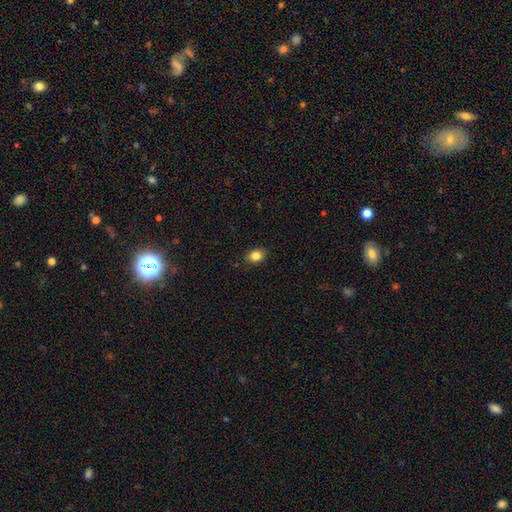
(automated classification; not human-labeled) Morphology: type=smooth (85%); roundness=in between (67%); merging=none (87%).